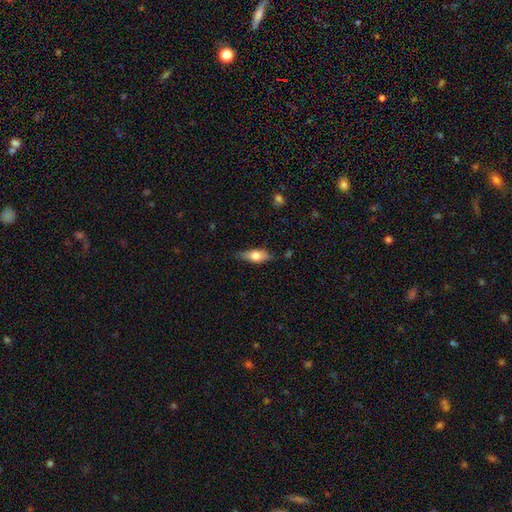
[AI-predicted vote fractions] A smooth galaxy with no disk features (66%) that is in between round and cigar-shaped (70%). Merging: none (77%).